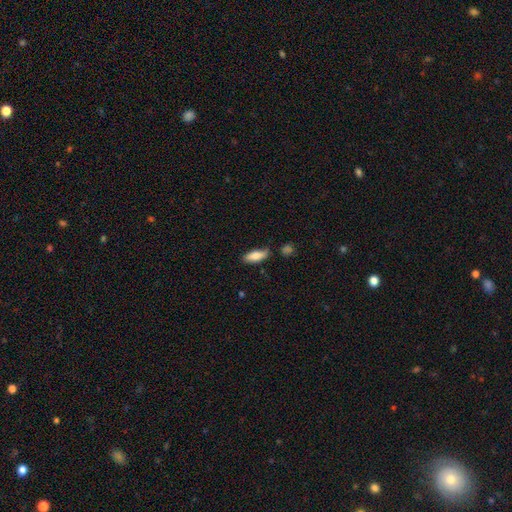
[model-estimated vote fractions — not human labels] This appears to be a smooth galaxy with no disk features (80%) that is in between round and cigar-shaped (69%). Merging: none (71%).